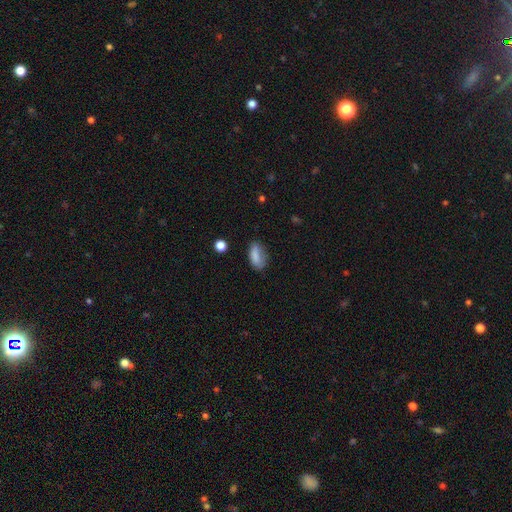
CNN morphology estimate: smooth-or-featured: smooth: 83% | star or artifact: 8% | featured or disk: 8%
  how-rounded: in between: 86% | cigar-shaped: 9% | round: 5%
  merging: none: 64% | minor disturbance: 26% | major disturbance: 7% | merger: 2%